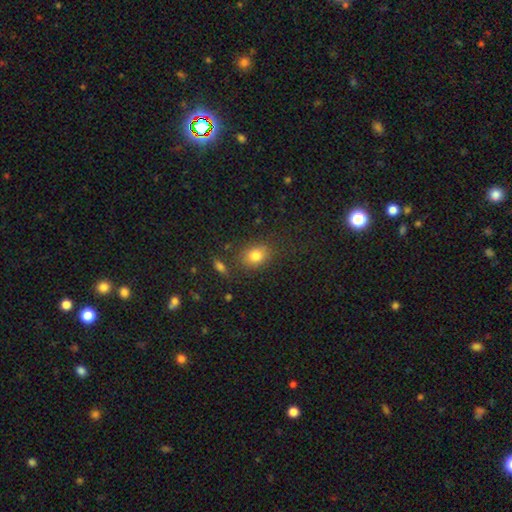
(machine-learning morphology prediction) The model was most divided on "how rounded": in between: 52%, round: 46%, cigar-shaped: 1%. More confident: smooth or featured — smooth (80%); merging — none (79%).